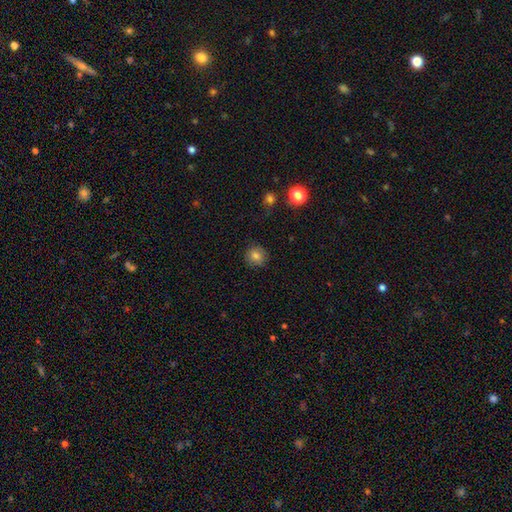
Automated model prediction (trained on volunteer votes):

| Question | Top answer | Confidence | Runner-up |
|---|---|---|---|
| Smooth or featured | smooth | 82% | star or artifact (11%) |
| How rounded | round | 89% | in between (11%) |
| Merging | none | 86% | minor disturbance (10%) |